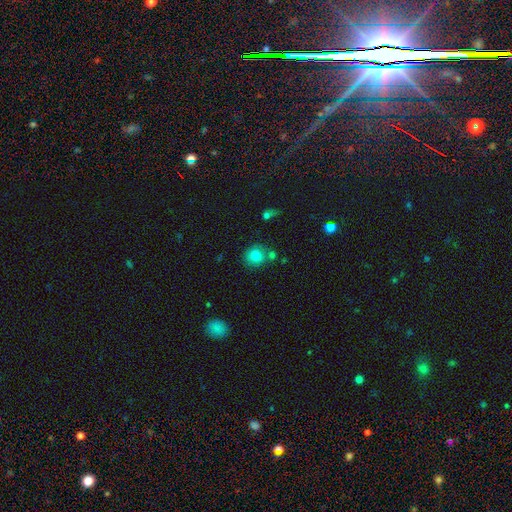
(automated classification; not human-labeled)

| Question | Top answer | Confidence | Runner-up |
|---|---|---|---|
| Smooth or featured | smooth | 80% | star or artifact (11%) |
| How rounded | round | 85% | in between (14%) |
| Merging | none | 71% | merger (14%) |